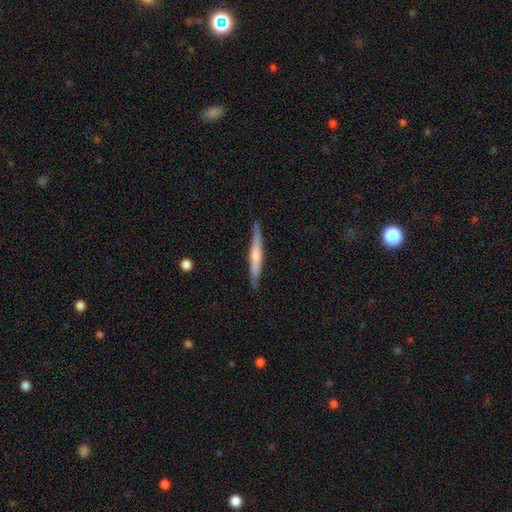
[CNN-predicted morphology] smooth_or_featured: featured or disk (p=0.50) [alt: smooth p=0.45]
merging: none (p=0.88) [alt: minor disturbance p=0.09]